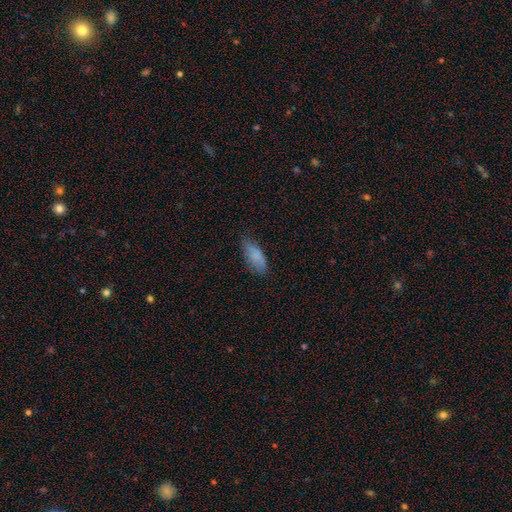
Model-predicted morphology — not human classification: Q: Smooth or featured?
A: smooth (79%); runner-up: featured or disk (12%)
Q: How rounded?
A: in between (82%); runner-up: cigar-shaped (15%)
Q: Merging?
A: none (67%); runner-up: minor disturbance (24%)